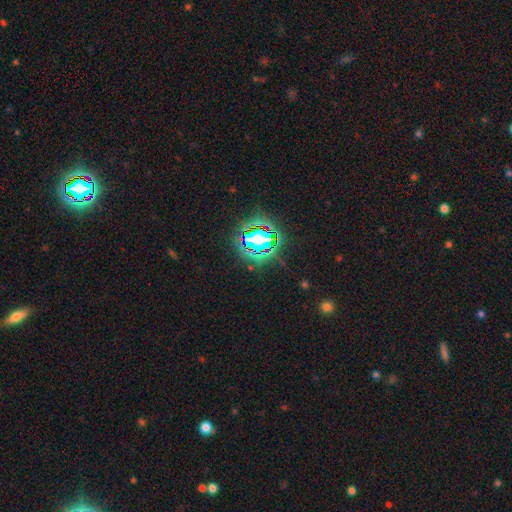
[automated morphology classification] A star or artifact, not a galaxy (82%).

Vote fractions:
- Smooth or featured? star or artifact: 82% / smooth: 11% / featured or disk: 7%